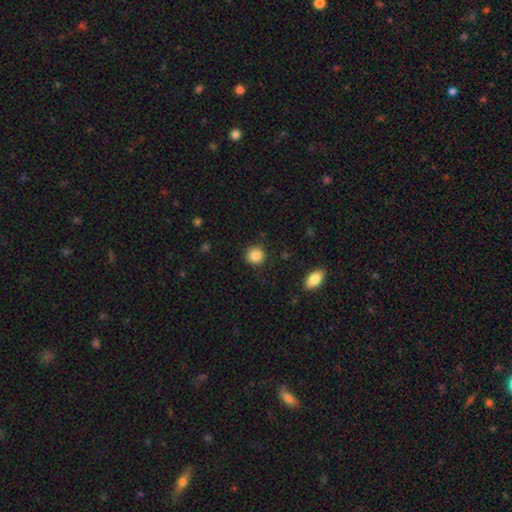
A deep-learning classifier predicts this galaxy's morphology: Smooth or featured: smooth — 87% (star or artifact — 9%)
How rounded: round — 90% (in between — 9%)
Merging: none — 88% (minor disturbance — 8%)